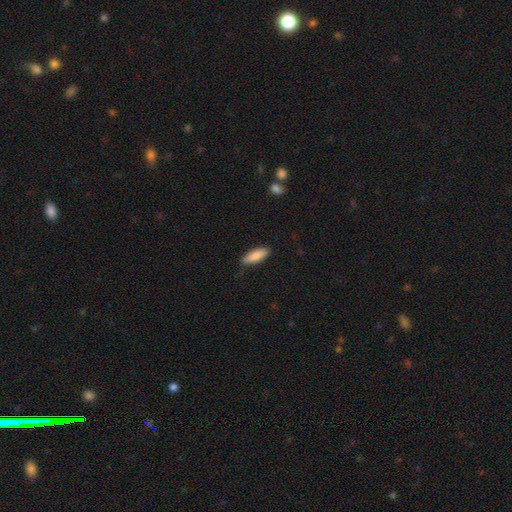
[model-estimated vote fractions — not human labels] This appears to be a smooth galaxy with no disk features (88%) that is in between round and cigar-shaped (64%). Merging: none (84%).